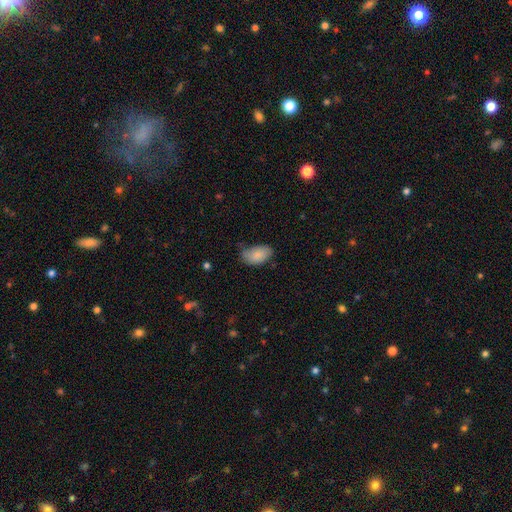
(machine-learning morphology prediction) The model was most divided on "merging": none: 61%, minor disturbance: 30%, major disturbance: 6%, merger: 2%. More confident: how rounded — in between (93%); smooth or featured — smooth (86%).